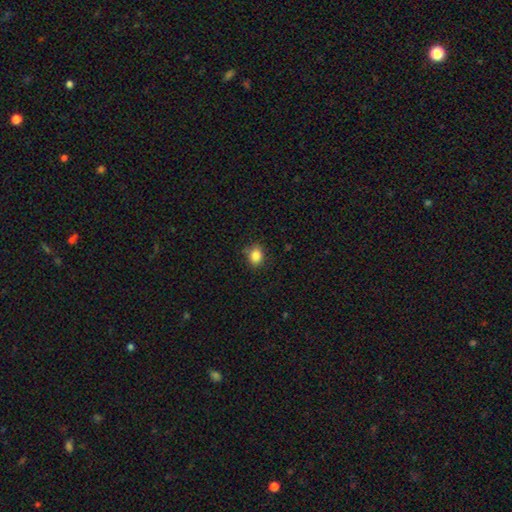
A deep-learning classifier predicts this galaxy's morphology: This appears to be a smooth galaxy with no disk features (85%) that is round (59%). Merging: none (80%).